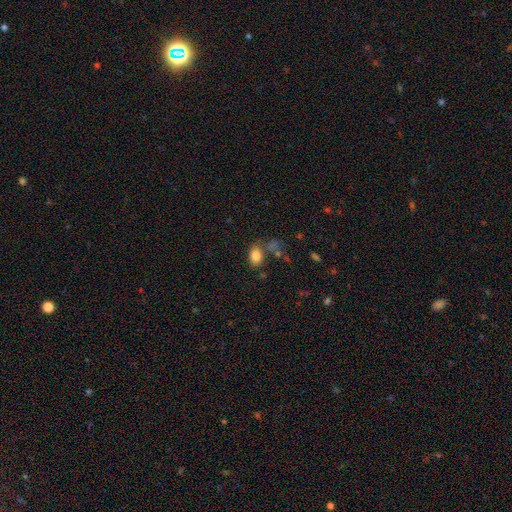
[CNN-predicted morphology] This is clearly a smooth galaxy (84%). How rounded: clearly in between (83%). Merging: likely none (64%).